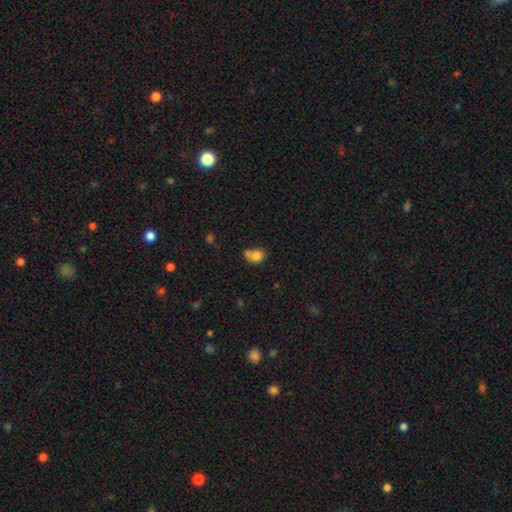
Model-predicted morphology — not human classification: smooth 78%, featured or disk 11%, star or artifact 10%. Down the decision tree: how rounded — in between (54%); merging — none (35%).